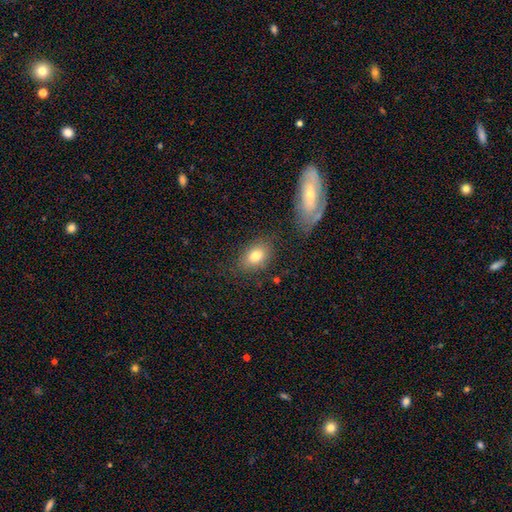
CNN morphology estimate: smooth 78%, featured or disk 12%, star or artifact 10%. Down the decision tree: how rounded — in between (78%); merging — none (80%).